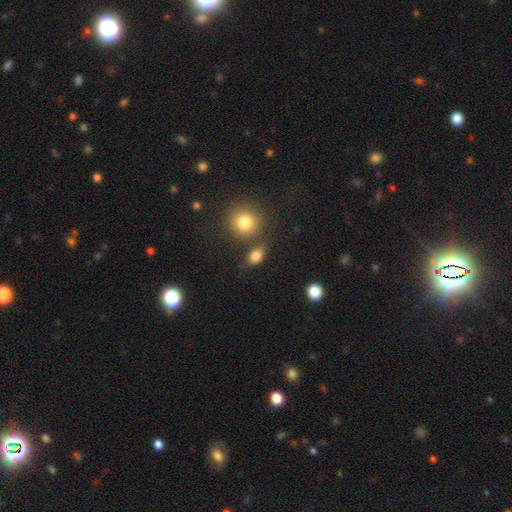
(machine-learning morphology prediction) smooth-or-featured: smooth: 82% | star or artifact: 11% | featured or disk: 7%
  how-rounded: in between: 74% | round: 23% | cigar-shaped: 3%
  merging: none: 69% | minor disturbance: 14% | merger: 12% | major disturbance: 5%